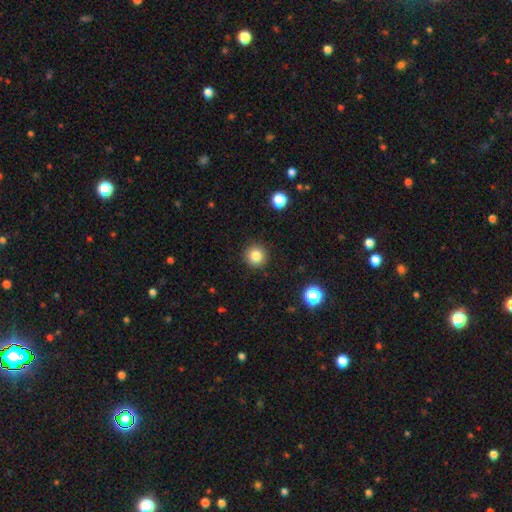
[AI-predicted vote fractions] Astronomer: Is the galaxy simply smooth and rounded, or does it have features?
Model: smooth — 83%.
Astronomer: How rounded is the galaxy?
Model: round — 95%.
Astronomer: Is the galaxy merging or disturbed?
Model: none — 92%.